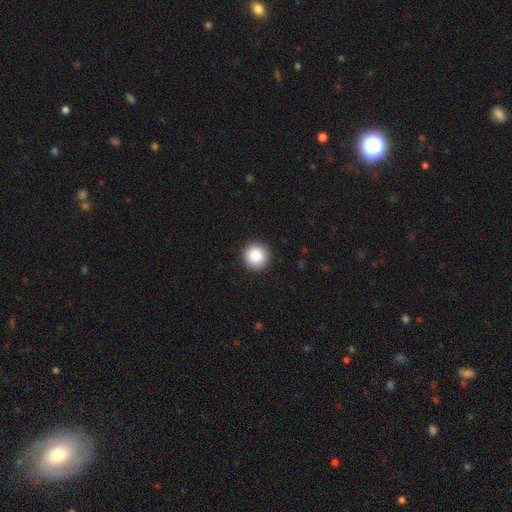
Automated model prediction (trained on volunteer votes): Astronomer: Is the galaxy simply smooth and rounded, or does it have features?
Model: smooth — 88%.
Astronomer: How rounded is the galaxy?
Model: round — 95%.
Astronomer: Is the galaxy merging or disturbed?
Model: none — 92%.